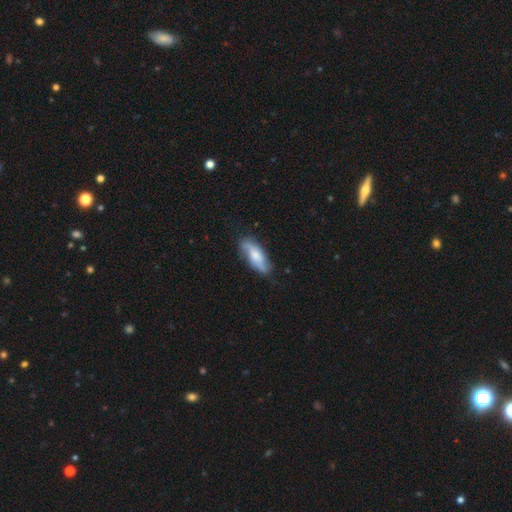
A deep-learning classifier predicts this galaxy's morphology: Smooth or featured? Predicted: smooth (p=0.49). Merging? Predicted: none (p=0.69).